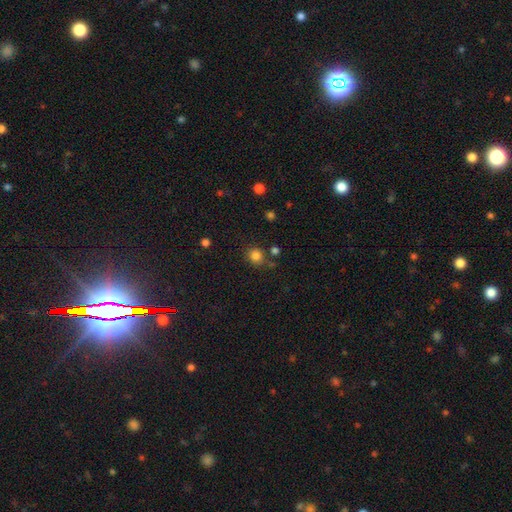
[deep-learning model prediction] Morphology: type=smooth (82%); roundness=round (81%); merging=none (77%).